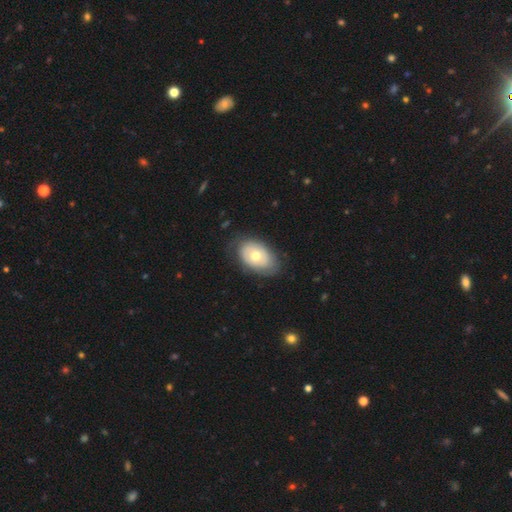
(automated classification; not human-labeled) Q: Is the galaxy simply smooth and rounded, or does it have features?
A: smooth — 51%.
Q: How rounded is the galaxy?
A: in between — 82%.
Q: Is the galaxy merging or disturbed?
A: none — 73%.